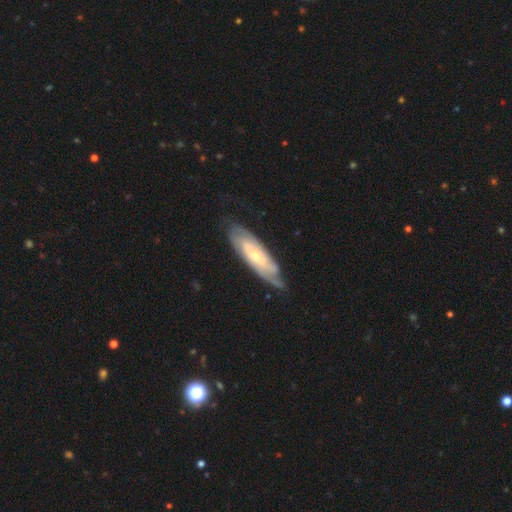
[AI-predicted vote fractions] Overall: featured or disk (75%). Edge-on disk: no (80%). Bar: no (69%). Spiral arms: yes (89%). Spiral arm count: can't tell (48%; 2 32%). Spiral winding: tight (67%). Bulge size: small (62%; moderate 35%). Merging: none (72%).